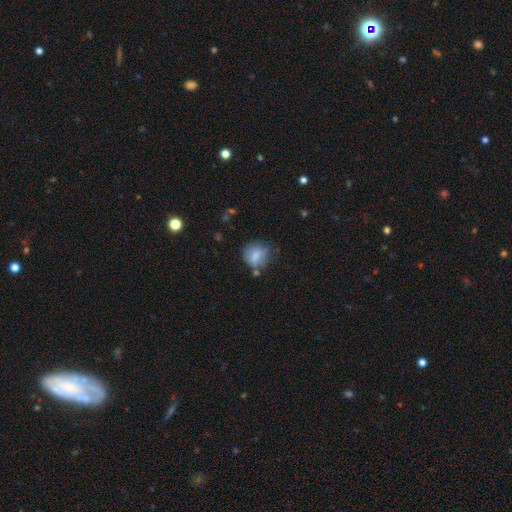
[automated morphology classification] Smooth or featured?
  - smooth: 74% *
  - featured or disk: 16%
  - star or artifact: 10%
How rounded?
  - round: 64% *
  - in between: 34%
  - cigar-shaped: 2%
Merging?
  - none: 57% *
  - minor disturbance: 25%
  - major disturbance: 9%
  - merger: 9%